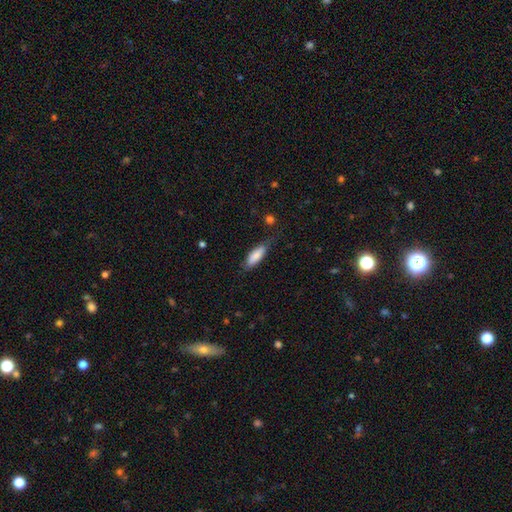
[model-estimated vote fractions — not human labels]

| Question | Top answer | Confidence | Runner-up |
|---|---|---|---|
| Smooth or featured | smooth | 82% | featured or disk (12%) |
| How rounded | in between | 58% | cigar-shaped (40%) |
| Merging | none | 70% | minor disturbance (23%) |